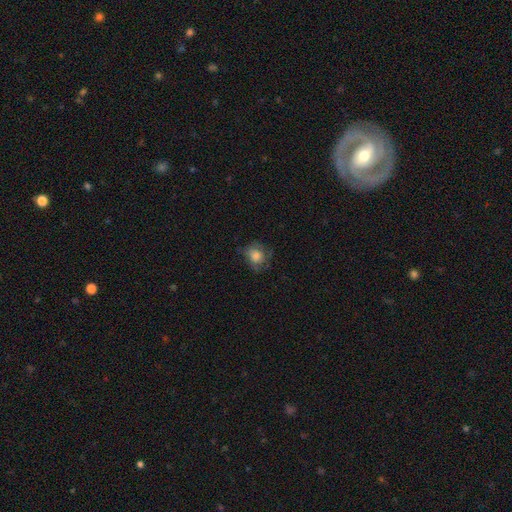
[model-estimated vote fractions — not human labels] Morphology: type=smooth (69%); roundness=round (74%); merging=none (59%).